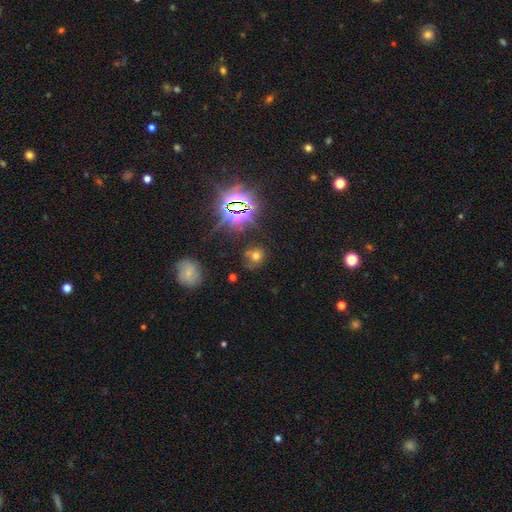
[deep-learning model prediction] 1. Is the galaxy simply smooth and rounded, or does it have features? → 53% smooth, 36% star or artifact, 12% featured or disk.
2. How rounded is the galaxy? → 66% round, 33% in between, 2% cigar-shaped.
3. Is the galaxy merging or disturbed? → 64% none, 18% minor disturbance, 9% major disturbance, 9% merger.